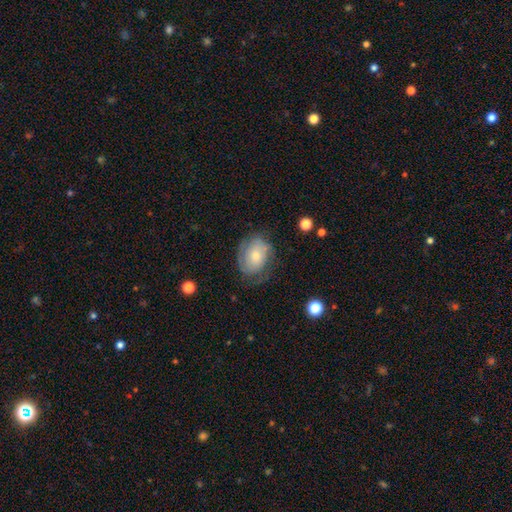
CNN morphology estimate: Smooth or featured? smooth (49%)
Merging? none (56%)